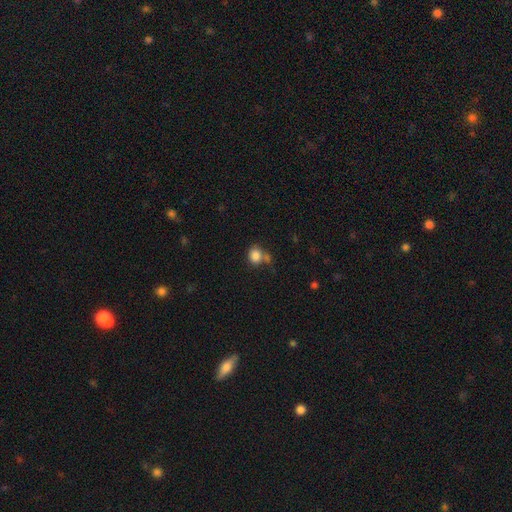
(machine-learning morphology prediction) Smooth or featured?
  - smooth: 84% *
  - star or artifact: 10%
  - featured or disk: 6%
How rounded?
  - round: 67% *
  - in between: 32%
  - cigar-shaped: 1%
Merging?
  - none: 54% *
  - merger: 22%
  - minor disturbance: 17%
  - major disturbance: 7%